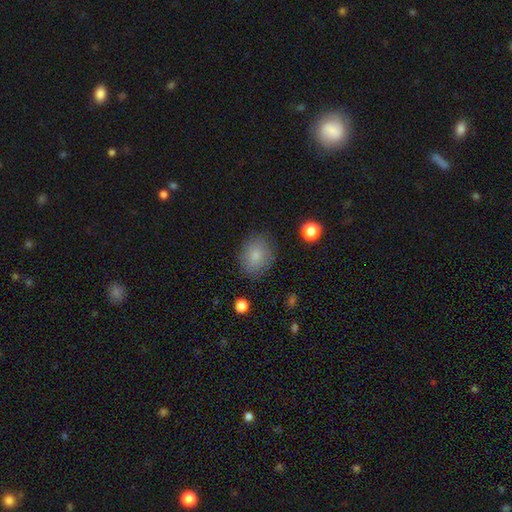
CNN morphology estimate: Smooth or featured: smooth — 82% (star or artifact — 9%)
How rounded: round — 54% (in between — 45%)
Merging: none — 81% (minor disturbance — 13%)